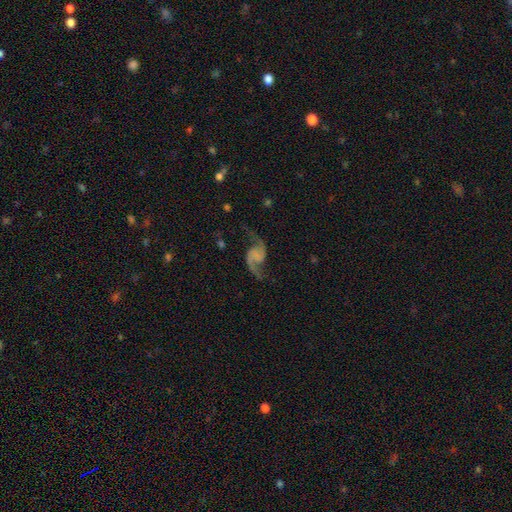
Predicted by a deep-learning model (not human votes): smooth-or-featured: featured or disk: 90% | star or artifact: 5% | smooth: 5%
  disk-edge-on: no: 98% | yes: 2%
    bar: no: 60% | weak: 29% | strong: 10%
    has-spiral-arms: yes: 98% | no: 2%
      spiral-winding: loose: 79% | medium: 18% | tight: 4%
      spiral-arm-count: 2: 94% | 1: 2% | can't tell: 1% | 3: 1% | 4: 1% | more than 4: 1%
    bulge-size: none: 68% | small: 17% | moderate: 7% | large: 5% | dominant: 2%
  merging: none: 74% | minor disturbance: 14% | major disturbance: 10% | merger: 2%